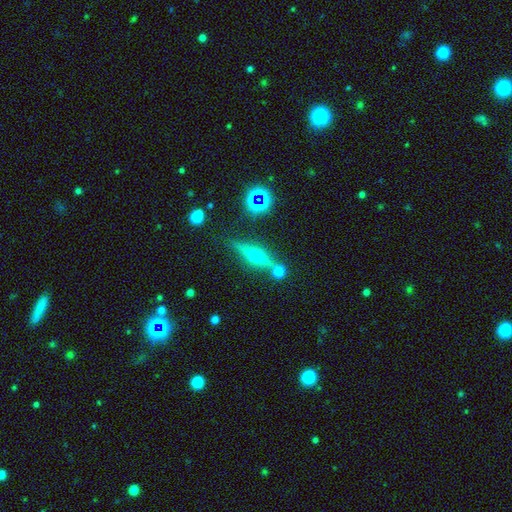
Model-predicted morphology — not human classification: This appears to be a featured or disk galaxy (65%) viewed edge-on (93%) with a rounded central bulge (95%). Merging: none (76%).